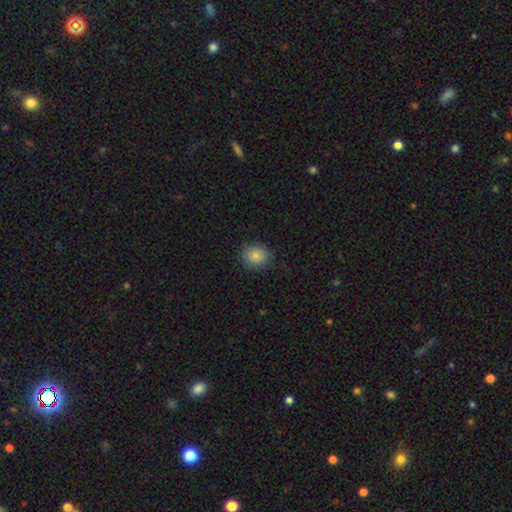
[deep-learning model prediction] This is clearly a smooth galaxy (81%). How rounded: likely round (74%). Merging: clearly none (86%).